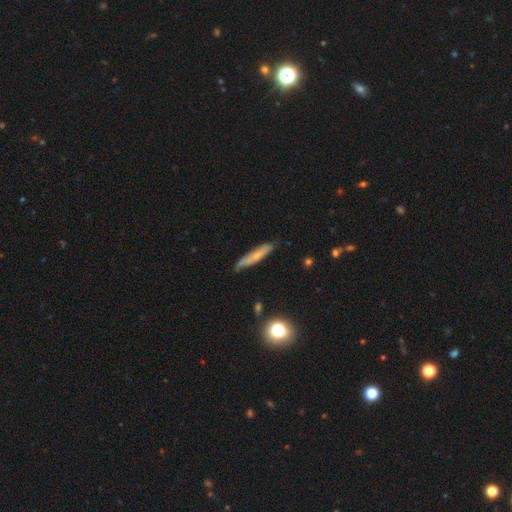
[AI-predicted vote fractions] This is possibly a smooth galaxy (54%). How rounded: clearly cigar-shaped (88%). Merging: likely none (76%).